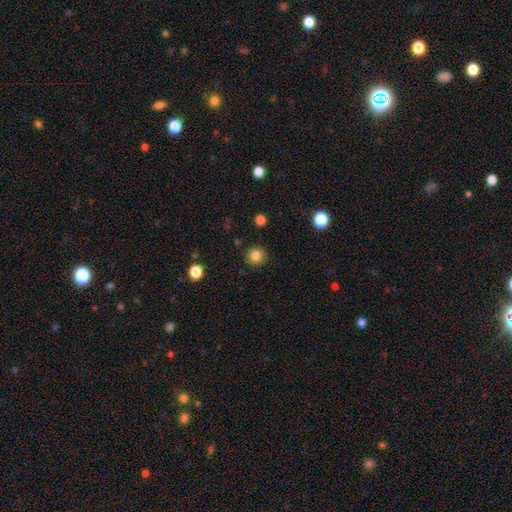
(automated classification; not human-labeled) This is clearly a smooth galaxy (83%). How rounded: clearly round (93%). Merging: clearly none (90%).